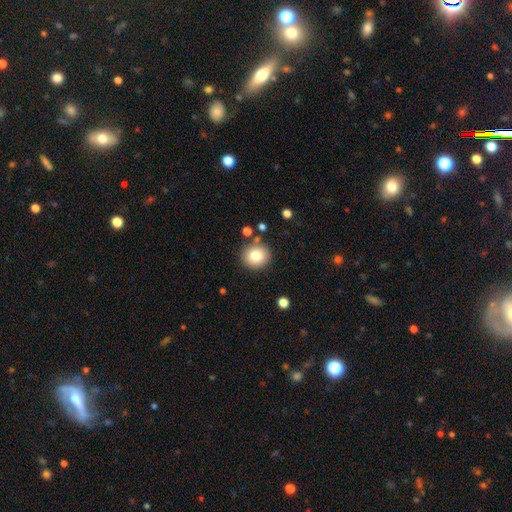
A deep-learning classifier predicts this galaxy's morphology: Overall: smooth (79%). How rounded: round (88%). Merging: none (85%).